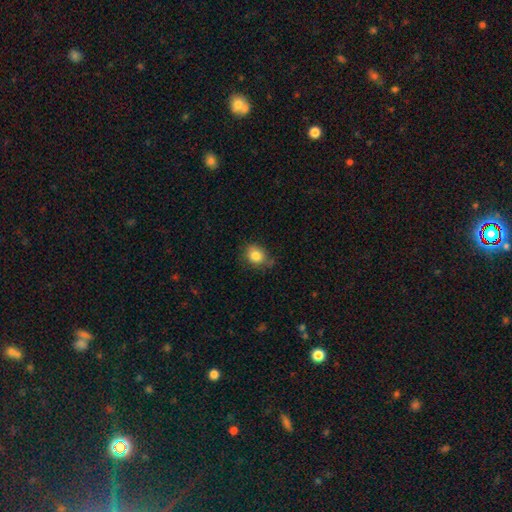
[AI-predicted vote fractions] A smooth galaxy with no disk features (83%) that is round (60%).

Vote fractions:
- Smooth or featured? smooth: 83% / star or artifact: 10% / featured or disk: 7%
- How rounded? round: 60% / in between: 39% / cigar-shaped: 1%
- Merging? none: 70% / minor disturbance: 23% / major disturbance: 5% / merger: 2%